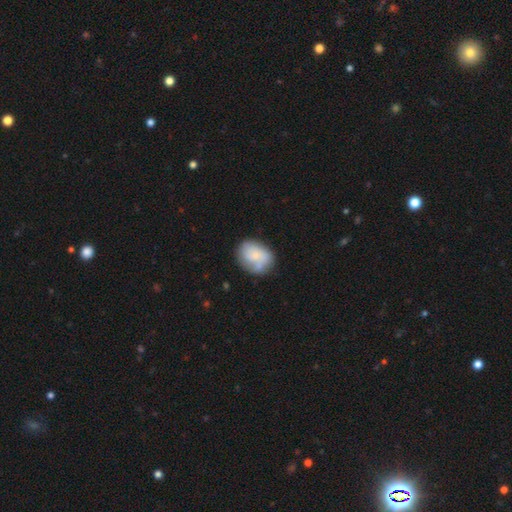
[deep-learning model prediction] Q: Smooth or featured?
A: smooth (62%); runner-up: featured or disk (31%)
Q: How rounded?
A: in between (60%); runner-up: round (39%)
Q: Merging?
A: none (53%); runner-up: minor disturbance (26%)